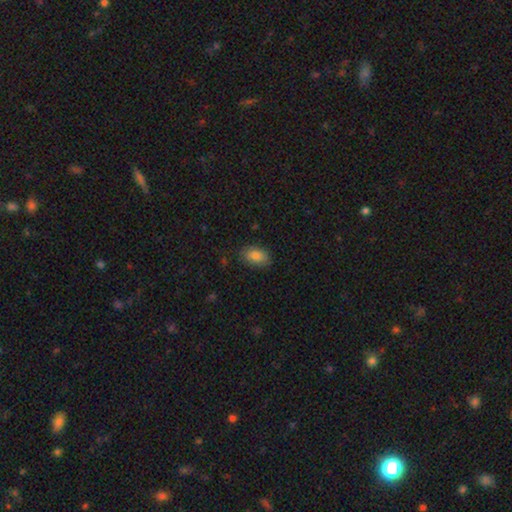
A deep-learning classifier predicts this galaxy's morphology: type=smooth (84%); roundness=in between (88%); merging=none (82%).